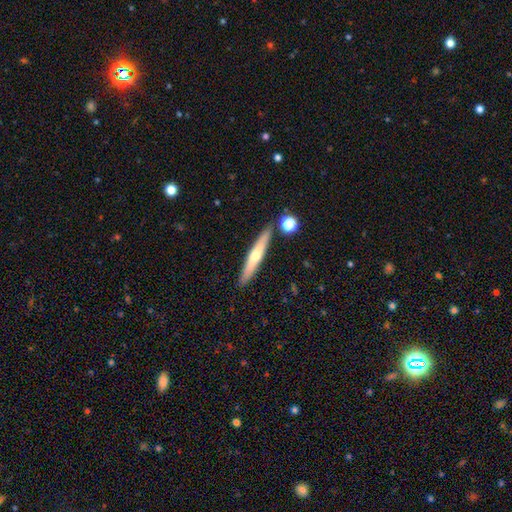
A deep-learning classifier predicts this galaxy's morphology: type=smooth (47%); merging=none (87%).